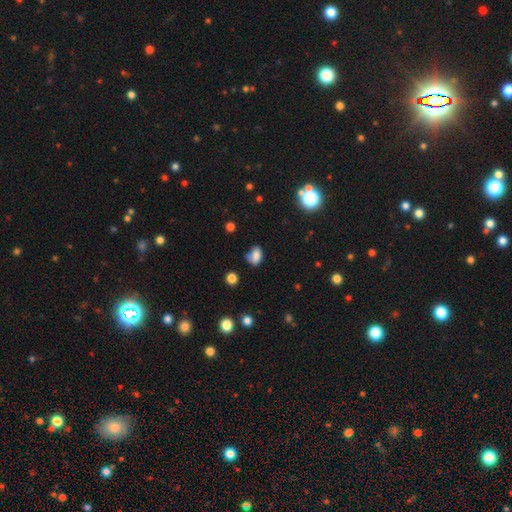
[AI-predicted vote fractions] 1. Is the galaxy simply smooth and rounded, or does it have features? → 77% smooth, 13% star or artifact, 10% featured or disk.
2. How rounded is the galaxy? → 81% in between, 17% round, 2% cigar-shaped.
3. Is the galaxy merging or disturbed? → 47% none, 31% minor disturbance, 12% major disturbance, 10% merger.